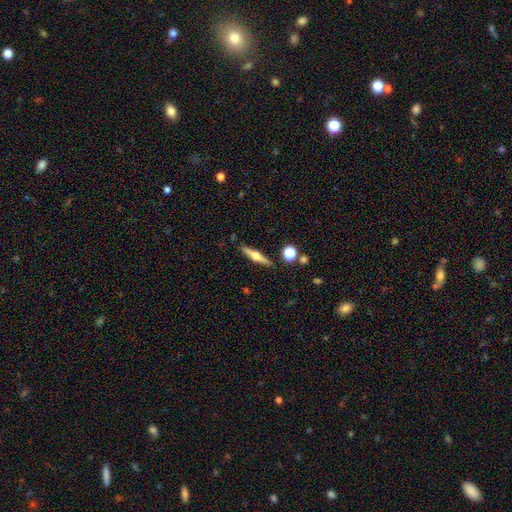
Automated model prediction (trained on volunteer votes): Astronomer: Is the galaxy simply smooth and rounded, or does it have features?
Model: featured or disk — 65%.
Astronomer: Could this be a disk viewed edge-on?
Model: yes — 97%.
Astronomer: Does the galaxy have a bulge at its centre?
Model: rounded — 95%.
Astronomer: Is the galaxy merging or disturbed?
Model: none — 88%.